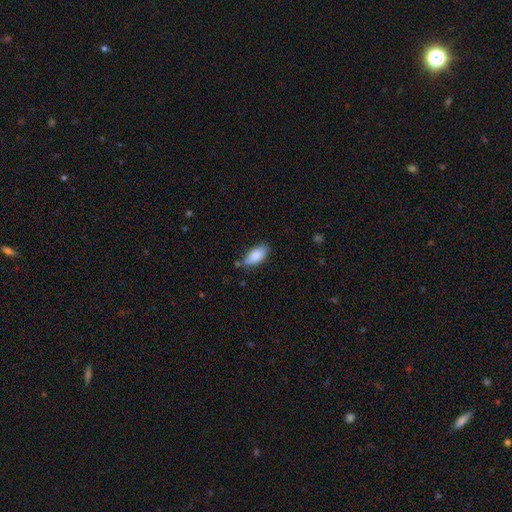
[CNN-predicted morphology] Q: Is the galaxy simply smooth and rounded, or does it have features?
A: smooth — 86%.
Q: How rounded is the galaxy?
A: in between — 89%.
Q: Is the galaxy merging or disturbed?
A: none — 69%.